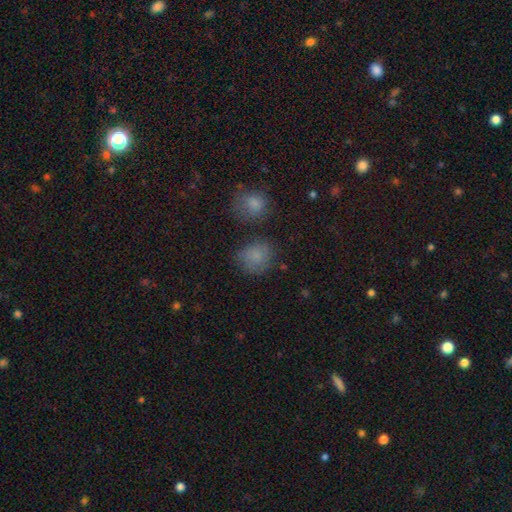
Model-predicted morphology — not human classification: The model was most divided on "how rounded": round: 70%, in between: 29%, cigar-shaped: 1%. More confident: smooth or featured — smooth (81%); merging — none (66%).